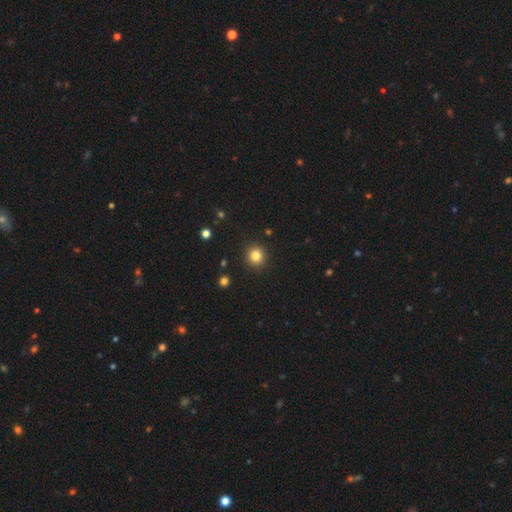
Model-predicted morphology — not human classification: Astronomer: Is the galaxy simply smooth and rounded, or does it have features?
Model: smooth — 83%.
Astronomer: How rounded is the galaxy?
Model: round — 93%.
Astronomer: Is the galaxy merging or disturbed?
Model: none — 92%.